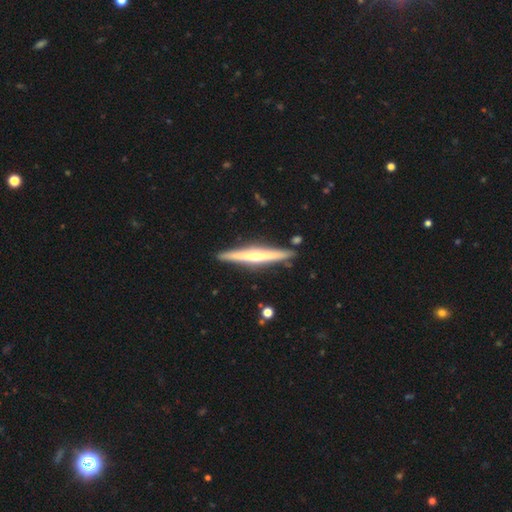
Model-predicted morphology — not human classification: featured or disk 69%, smooth 25%, star or artifact 5%. Down the decision tree: edge-on disk — yes (97%); edge-on bulge — rounded (77%); merging — none (89%).